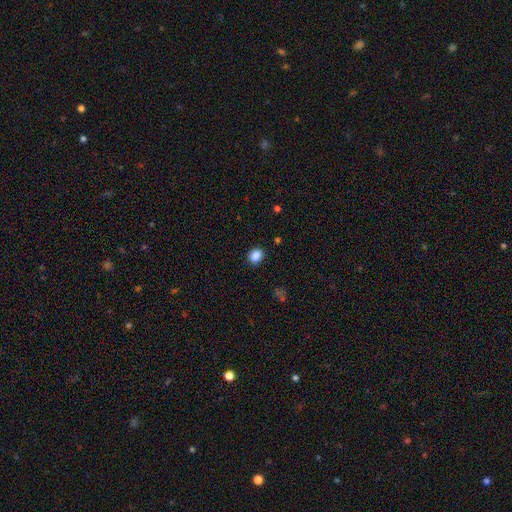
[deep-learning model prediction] A smooth galaxy with no disk features (87%) that is round (50%). Merging: none (88%).